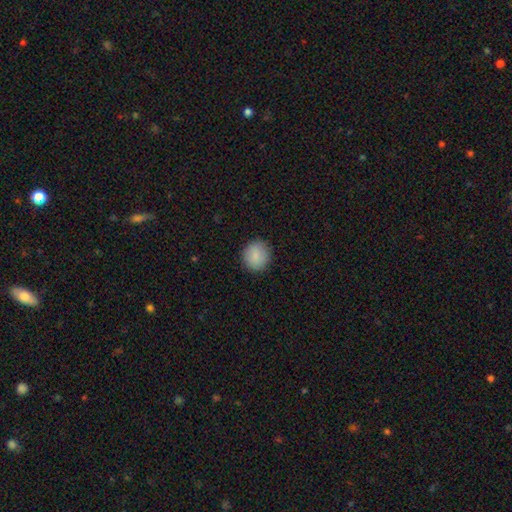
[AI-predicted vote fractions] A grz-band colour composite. It shows a smooth galaxy with no disk features (88%) that is round (84%). Merging: none (89%).